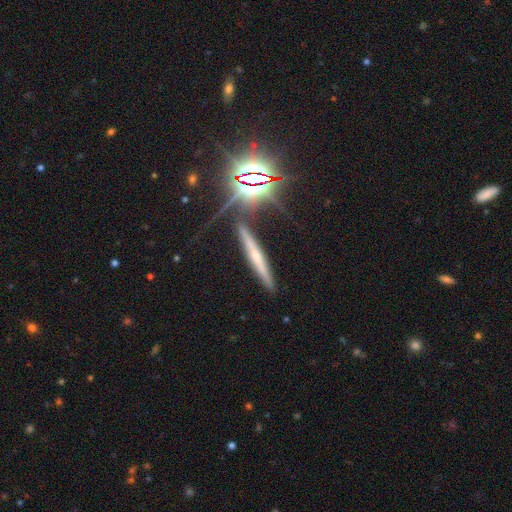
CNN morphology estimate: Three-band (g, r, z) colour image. It shows a featured or disk galaxy (46%). Merging: none (80%).